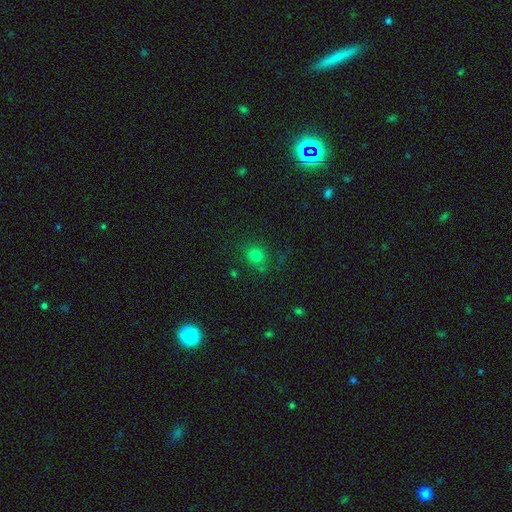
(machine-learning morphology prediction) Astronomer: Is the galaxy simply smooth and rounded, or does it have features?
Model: smooth — 77%.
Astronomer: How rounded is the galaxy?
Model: round — 83%.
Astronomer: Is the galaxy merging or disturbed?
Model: none — 80%.